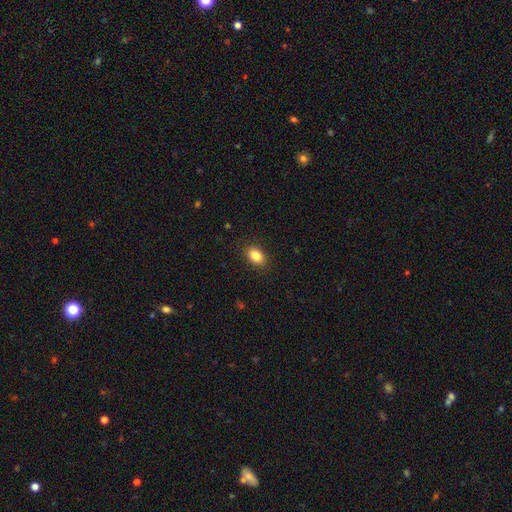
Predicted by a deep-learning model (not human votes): Smooth or featured? smooth (86%)
How rounded? in between (83%)
Merging? none (89%)